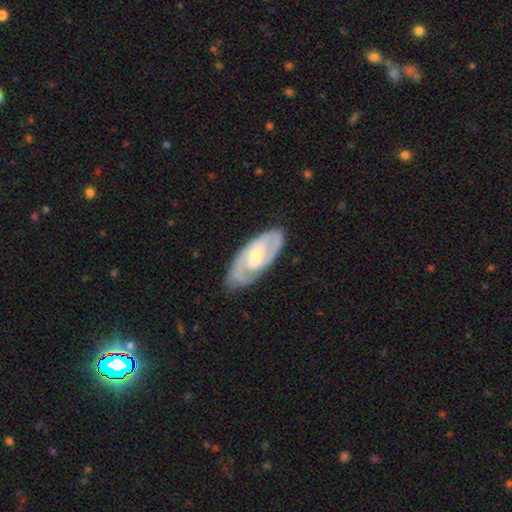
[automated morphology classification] Smooth or featured?
  - featured or disk: 83% *
  - smooth: 13%
  - star or artifact: 4%
Edge-on disk?
  - no: 93% *
  - yes: 7%
Bar?
  - no: 60% *
  - weak: 32%
  - strong: 8%
Spiral arms?
  - yes: 93% *
  - no: 7%
Spiral winding?
  - tight: 58% *
  - medium: 34%
  - loose: 7%
Spiral arm count?
  - 2: 74% *
  - can't tell: 14%
  - 3: 6%
  - 1: 4%
  - 4: 2%
  - more than 4: 1%
Bulge size?
  - moderate: 49% *
  - small: 46%
  - large: 3%
  - none: 2%
  - dominant: 1%
Merging?
  - none: 81% *
  - minor disturbance: 15%
  - major disturbance: 3%
  - merger: 1%